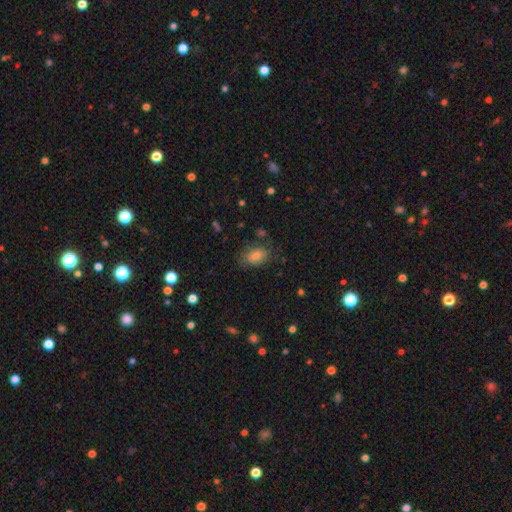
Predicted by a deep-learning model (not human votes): A smooth galaxy with no disk features (73%) that is in between round and cigar-shaped (82%). Merging: none (75%).